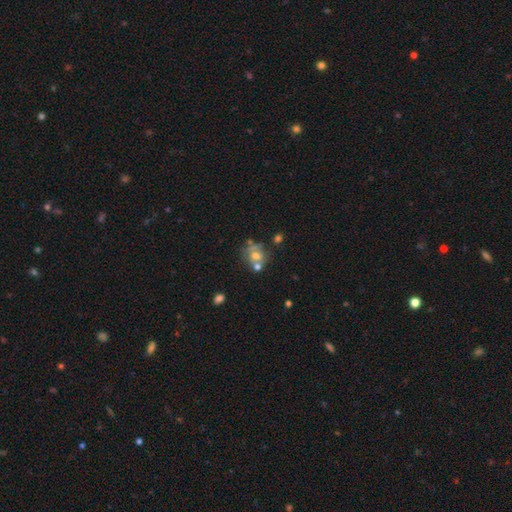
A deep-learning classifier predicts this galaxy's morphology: smooth_or_featured: smooth (p=0.48) [alt: featured or disk p=0.38]
merging: none (p=0.43) [alt: merger p=0.31]